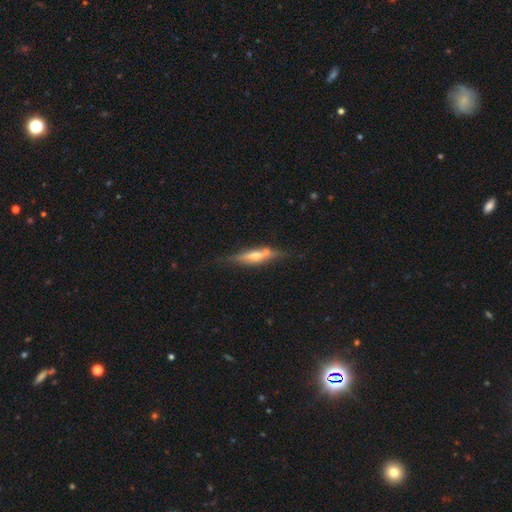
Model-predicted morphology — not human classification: type=featured or disk (62%); edge-on=yes (90%); edge-on bulge=rounded (73%); merging=none (68%).